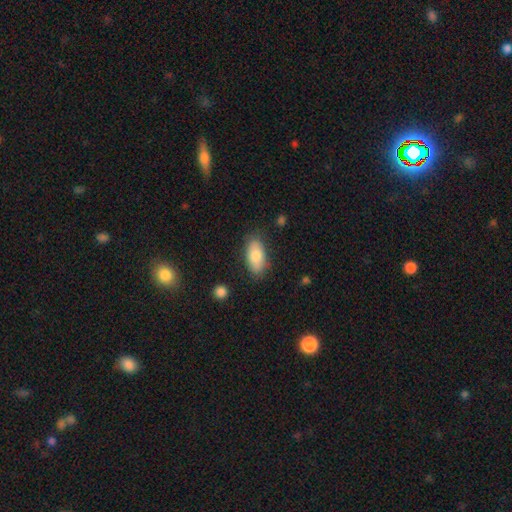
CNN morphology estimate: The model was most divided on "smooth or featured": smooth: 79%, featured or disk: 14%, star or artifact: 6%. More confident: how rounded — in between (91%); merging — none (80%).